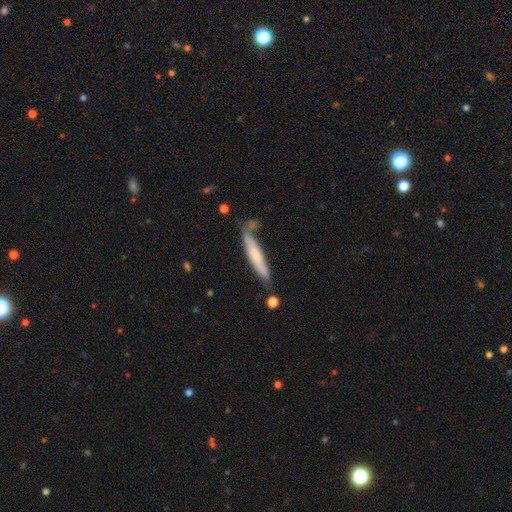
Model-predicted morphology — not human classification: A smooth galaxy with no disk features (62%) that is cigar-shaped (90%). Merging: none (62%).